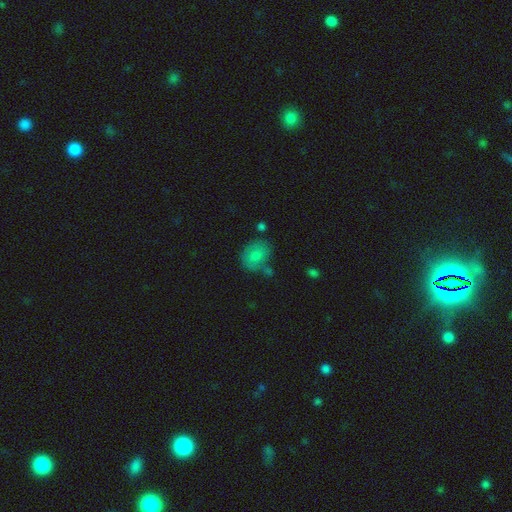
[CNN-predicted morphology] Smooth or featured? smooth (76%)
How rounded? in between (50%)
Merging? none (59%)